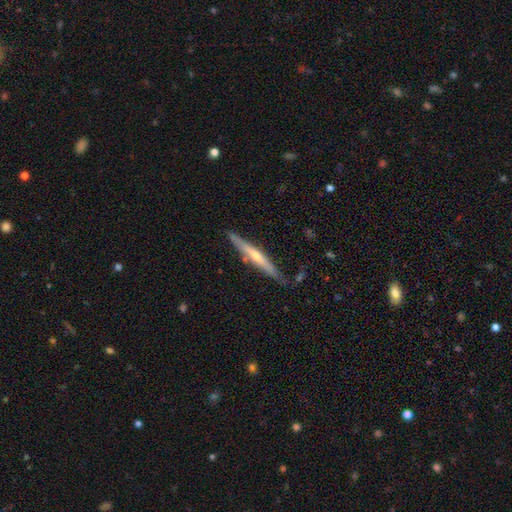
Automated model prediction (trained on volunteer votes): smooth-or-featured: featured or disk: 62% | smooth: 32% | star or artifact: 6%
  disk-edge-on: yes: 96% | no: 4%
    edge-on-bulge: rounded: 66% | none: 28% | boxy: 6%
  merging: none: 81% | minor disturbance: 14% | merger: 3% | major disturbance: 2%